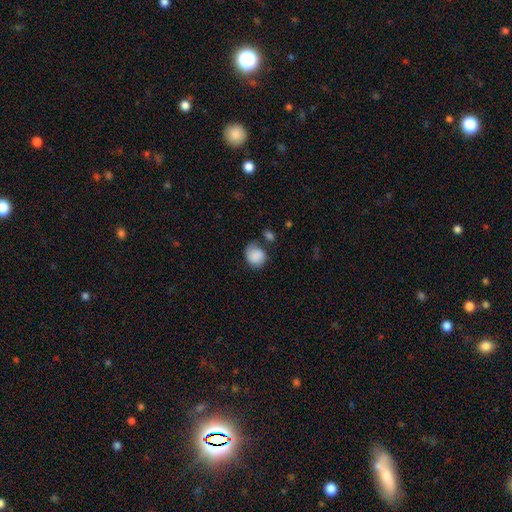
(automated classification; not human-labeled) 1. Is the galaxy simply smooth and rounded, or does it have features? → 85% smooth, 8% featured or disk, 7% star or artifact.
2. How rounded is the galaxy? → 71% round, 28% in between, 1% cigar-shaped.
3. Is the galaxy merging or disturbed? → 48% none, 28% minor disturbance, 14% major disturbance, 10% merger.